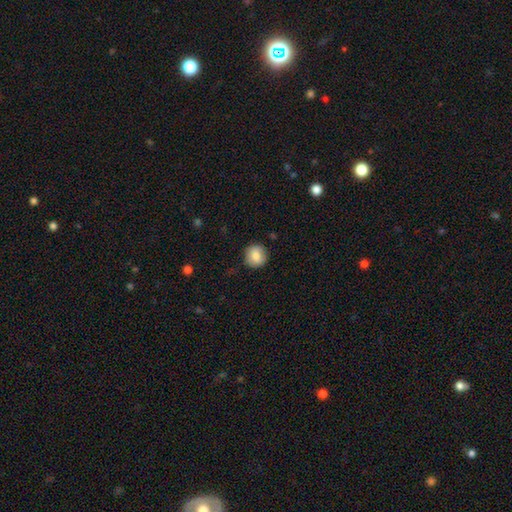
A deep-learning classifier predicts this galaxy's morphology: The model was most divided on "merging": none: 85%, minor disturbance: 11%, major disturbance: 3%, merger: 1%. More confident: how rounded — round (89%); smooth or featured — smooth (84%).